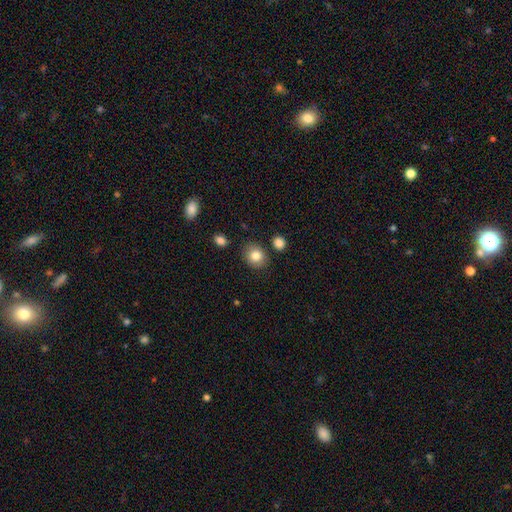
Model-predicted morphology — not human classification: Overall: smooth (84%). How rounded: round (58%; in between 41%). Merging: none (82%).